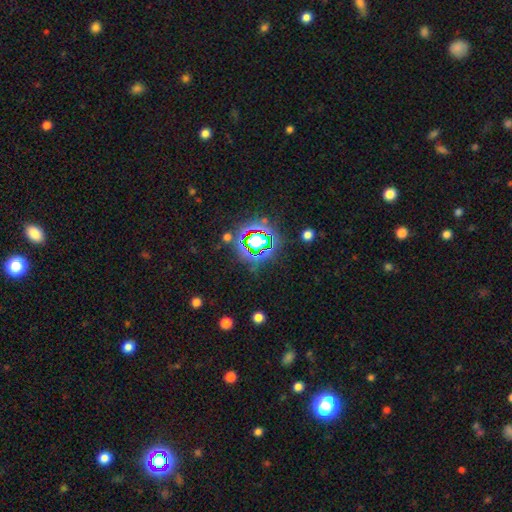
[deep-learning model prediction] Smooth or featured?
  - star or artifact: 79% *
  - smooth: 13%
  - featured or disk: 8%